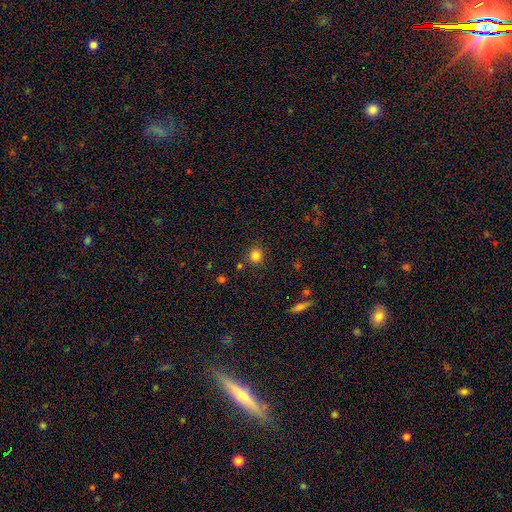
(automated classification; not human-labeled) This appears to be a smooth galaxy with no disk features (83%) that is round (87%). Merging: none (85%).